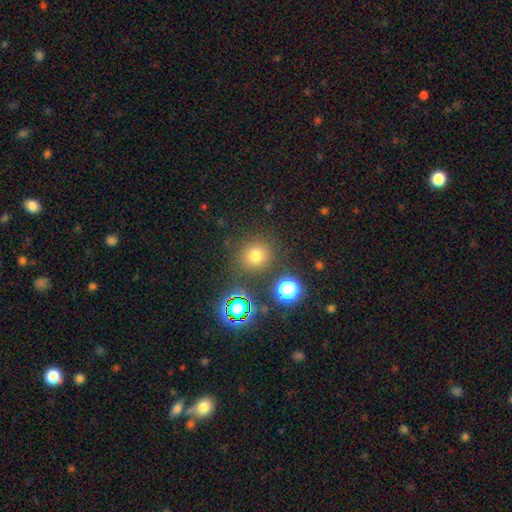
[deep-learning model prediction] smooth 71%, star or artifact 22%, featured or disk 7%. Down the decision tree: how rounded — round (91%); merging — none (84%).